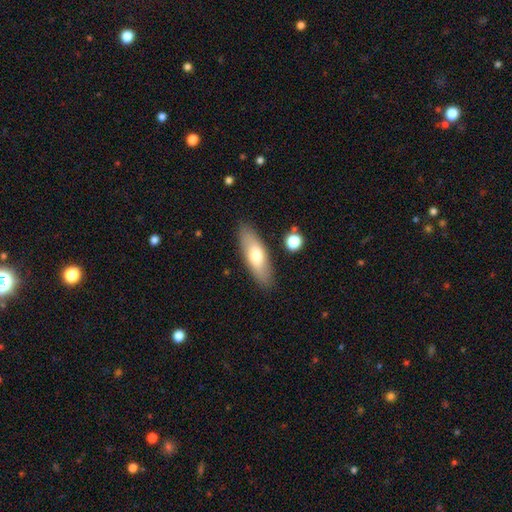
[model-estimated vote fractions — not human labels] Q: Smooth or featured?
A: smooth (67%); runner-up: featured or disk (27%)
Q: How rounded?
A: in between (60%); runner-up: cigar-shaped (38%)
Q: Merging?
A: none (85%); runner-up: minor disturbance (10%)